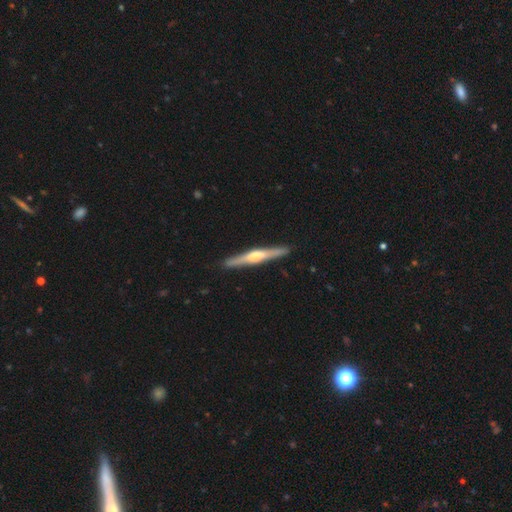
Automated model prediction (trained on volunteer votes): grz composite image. It shows a featured or disk galaxy (68%) viewed edge-on (98%) with a rounded central bulge (78%). Merging: none (91%).